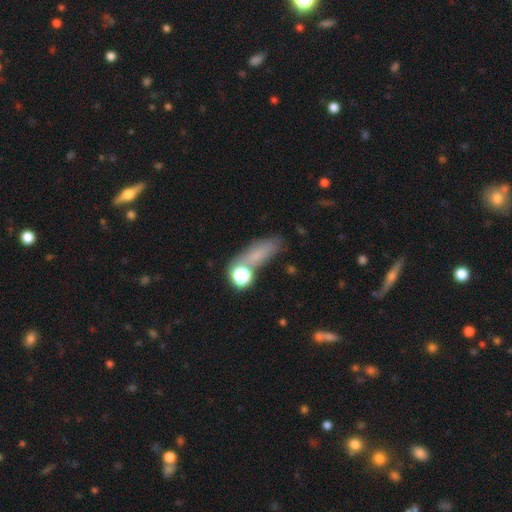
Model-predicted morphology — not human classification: This appears to be a smooth galaxy with no disk features (64%) that is in between round and cigar-shaped (53%). Merging: none (59%).